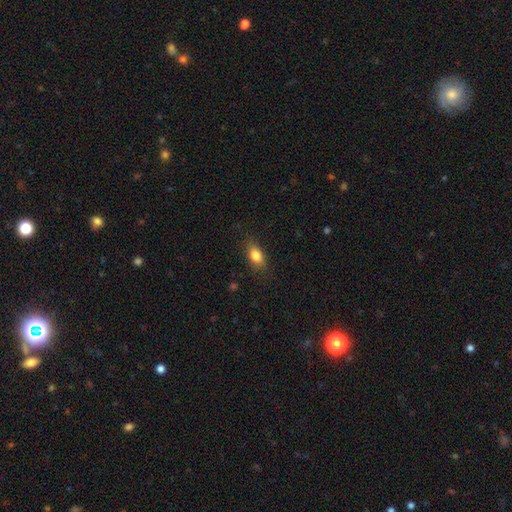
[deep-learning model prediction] Q: Smooth or featured?
A: smooth (83%); runner-up: featured or disk (9%)
Q: How rounded?
A: in between (83%); runner-up: round (11%)
Q: Merging?
A: none (82%); runner-up: minor disturbance (13%)